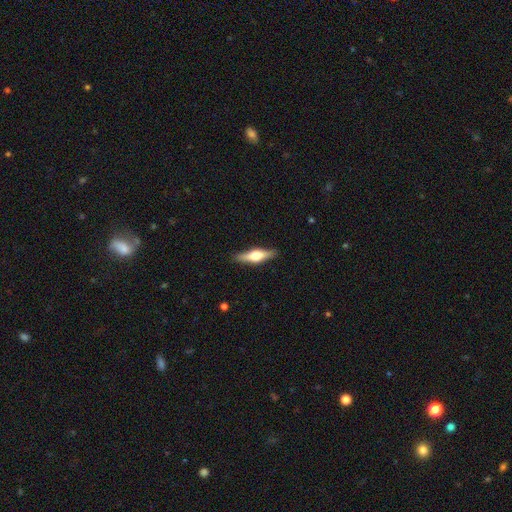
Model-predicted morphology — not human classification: Overall: featured or disk (61%; smooth 33%). Edge-on disk: yes (96%). Edge-on bulge: rounded (94%). Merging: none (89%).